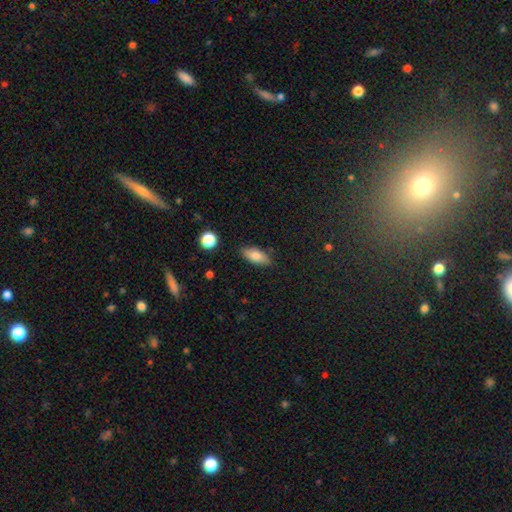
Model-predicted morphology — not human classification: type=smooth (80%); roundness=in between (84%); merging=none (83%).